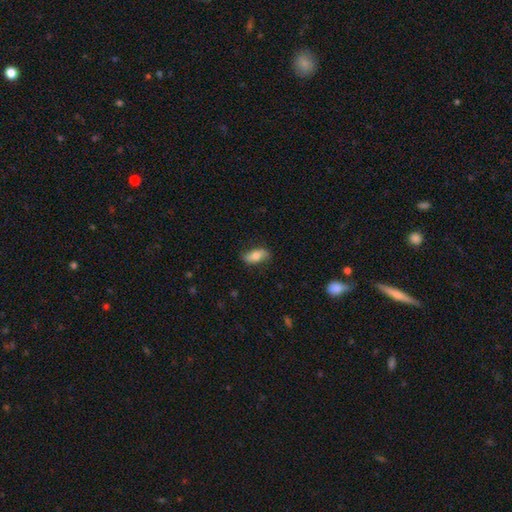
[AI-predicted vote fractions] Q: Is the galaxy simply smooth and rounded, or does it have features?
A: smooth — 70%.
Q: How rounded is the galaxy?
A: in between — 85%.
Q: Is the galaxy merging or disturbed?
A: none — 80%.